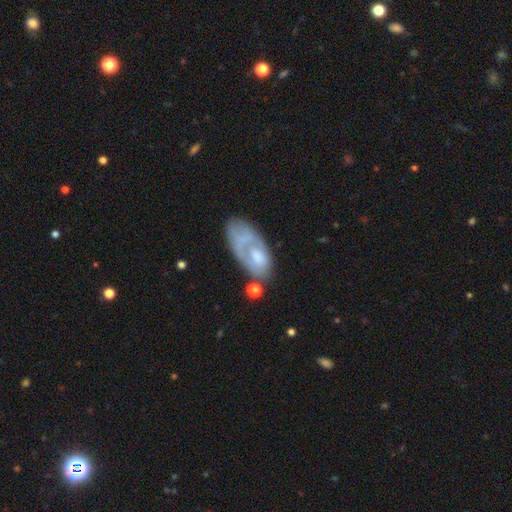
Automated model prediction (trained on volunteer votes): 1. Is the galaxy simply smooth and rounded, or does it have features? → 50% featured or disk, 43% smooth, 7% star or artifact.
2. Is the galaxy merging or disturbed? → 43% none, 24% minor disturbance, 22% major disturbance, 11% merger.